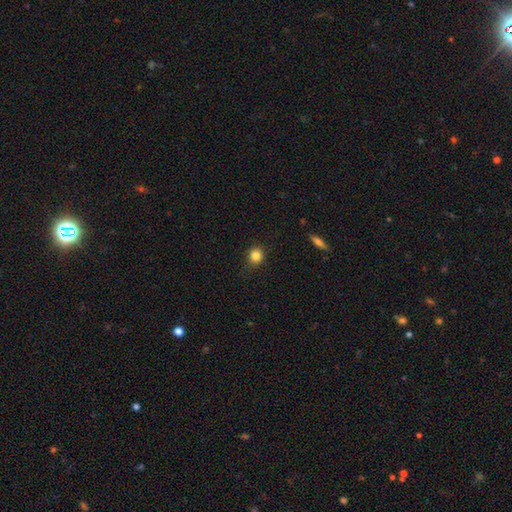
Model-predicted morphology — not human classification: smooth_or_featured: smooth (p=0.83) [alt: star or artifact p=0.12]
how_rounded: round (p=0.84) [alt: in between p=0.15]
merging: none (p=0.85) [alt: minor disturbance p=0.11]